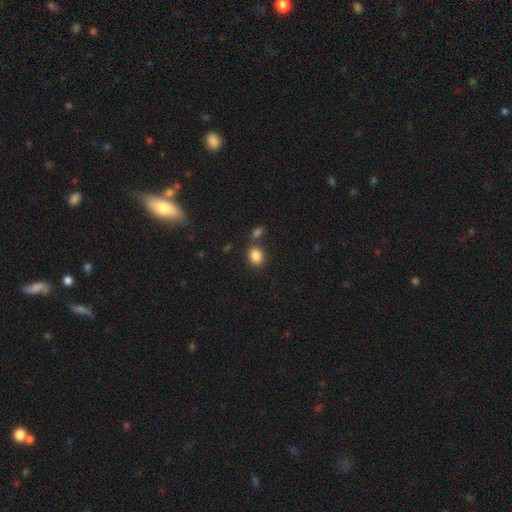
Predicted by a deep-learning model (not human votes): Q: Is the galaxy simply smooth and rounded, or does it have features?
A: smooth — 86%.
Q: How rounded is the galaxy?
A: round — 52%.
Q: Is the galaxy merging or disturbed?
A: none — 72%.